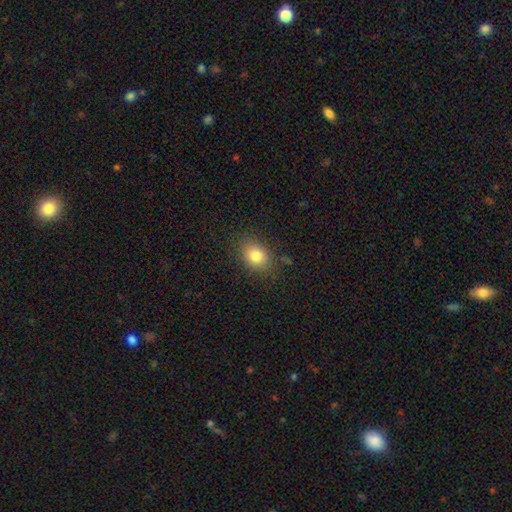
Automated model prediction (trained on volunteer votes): This appears to be a smooth galaxy with no disk features (82%) that is in between round and cigar-shaped (63%). Merging: none (82%).